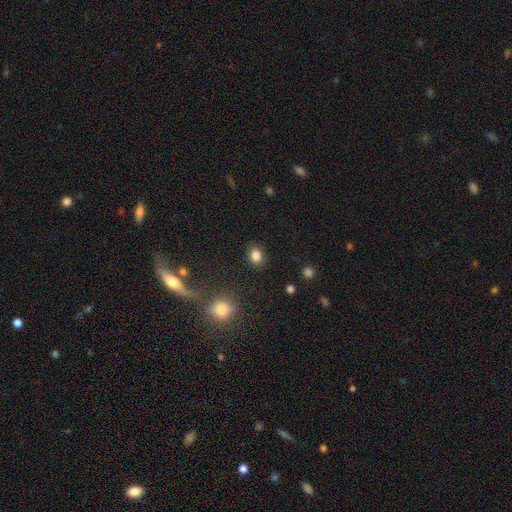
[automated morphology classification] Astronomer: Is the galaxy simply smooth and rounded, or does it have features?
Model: smooth — 84%.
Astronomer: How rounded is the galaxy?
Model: in between — 54% (runner-up: round, 45%).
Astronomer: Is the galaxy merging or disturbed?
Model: none — 84%.